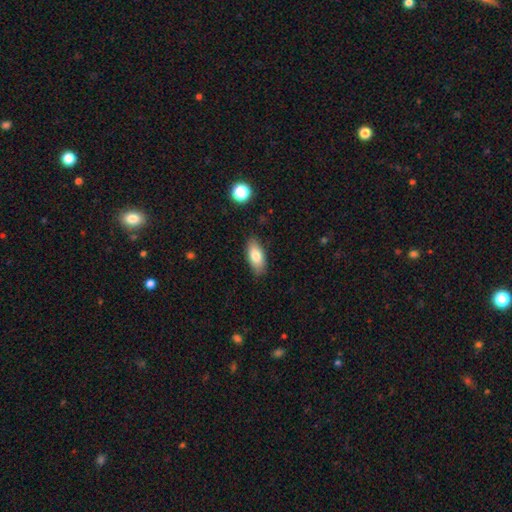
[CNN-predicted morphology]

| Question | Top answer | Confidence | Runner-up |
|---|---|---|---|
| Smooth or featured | smooth | 79% | featured or disk (14%) |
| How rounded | in between | 85% | cigar-shaped (12%) |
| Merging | none | 85% | minor disturbance (11%) |